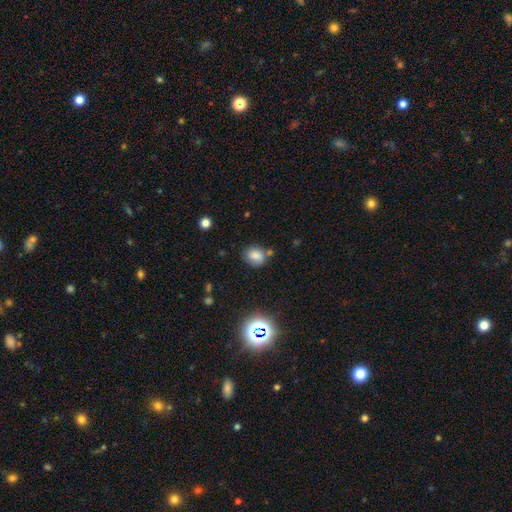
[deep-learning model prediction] Smooth or featured? Predicted: smooth (p=0.80). How rounded? Predicted: round (p=0.57). Merging? Predicted: none (p=0.70).